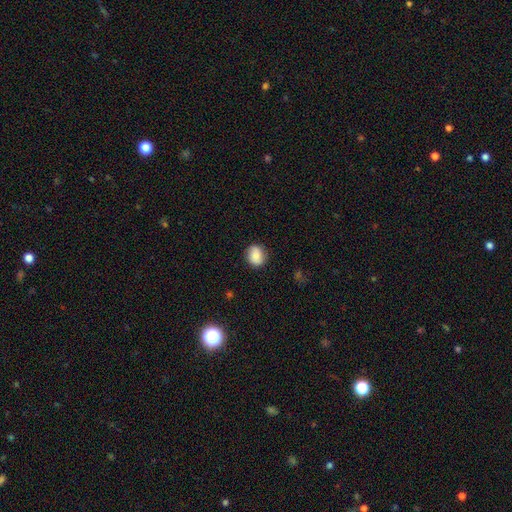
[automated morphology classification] This is clearly a smooth galaxy (81%). How rounded: likely round (63%). Merging: clearly none (82%).